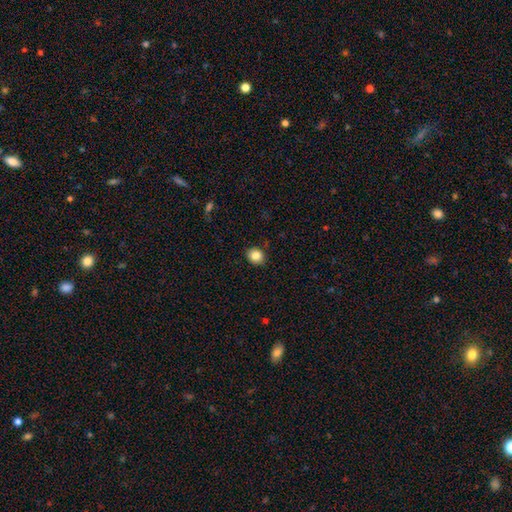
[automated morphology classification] This appears to be a smooth galaxy with no disk features (85%) that is round (73%). Merging: none (89%).